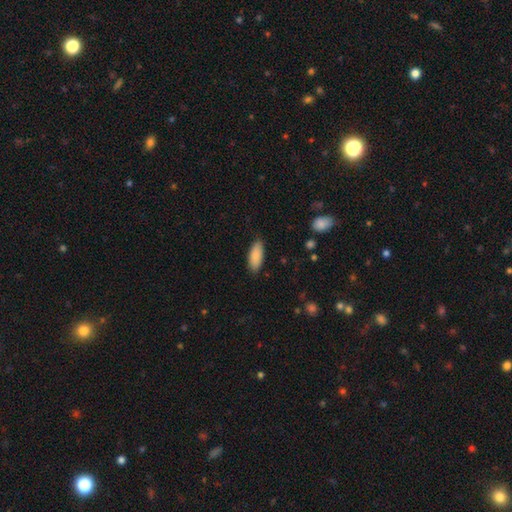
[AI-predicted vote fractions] Q: Smooth or featured?
A: smooth (88%); runner-up: star or artifact (6%)
Q: How rounded?
A: in between (79%); runner-up: cigar-shaped (20%)
Q: Merging?
A: none (85%); runner-up: minor disturbance (12%)